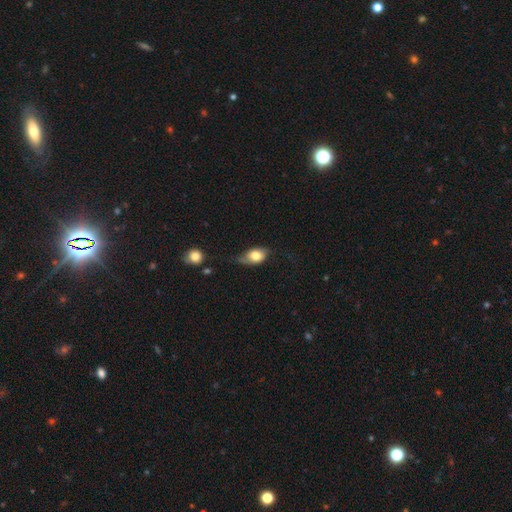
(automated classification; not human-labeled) smooth 70%, featured or disk 23%, star or artifact 7%. Down the decision tree: how rounded — in between (81%); merging — minor disturbance (40%).